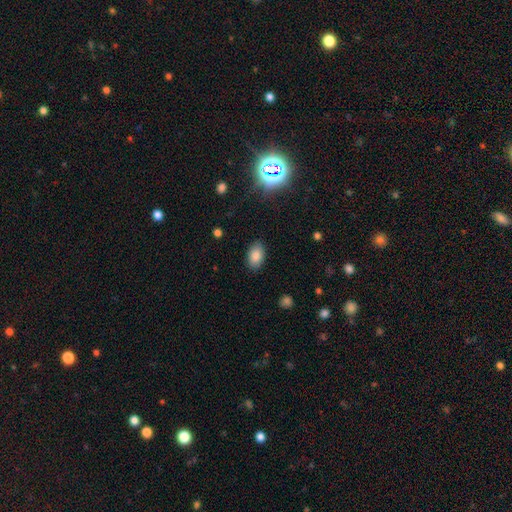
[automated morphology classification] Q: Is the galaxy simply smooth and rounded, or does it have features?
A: smooth — 85%.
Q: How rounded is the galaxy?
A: in between — 90%.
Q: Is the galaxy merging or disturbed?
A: none — 87%.